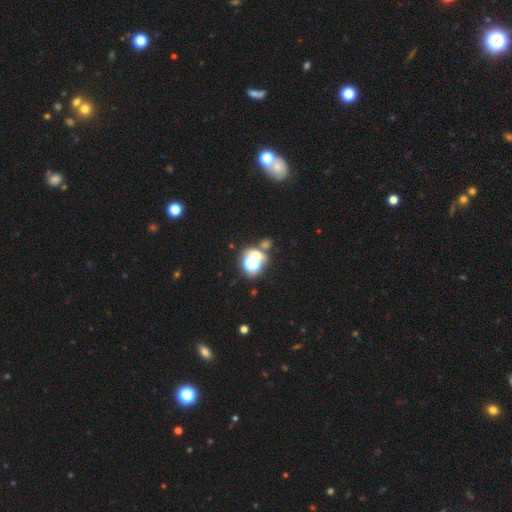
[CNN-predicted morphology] A star or artifact, not a galaxy (53%).